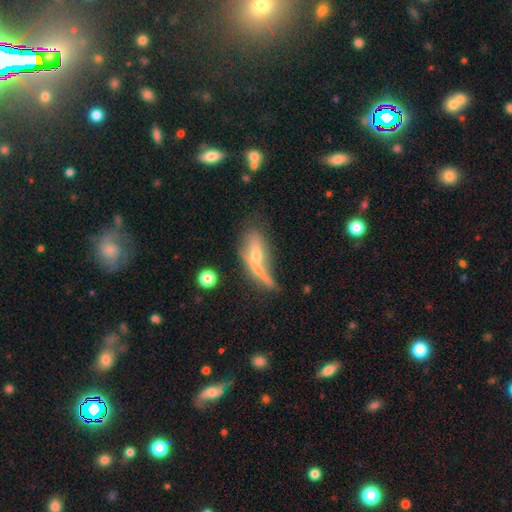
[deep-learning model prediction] Overall: featured or disk (49%; smooth 41%). Merging: none (30%; merger 29%).